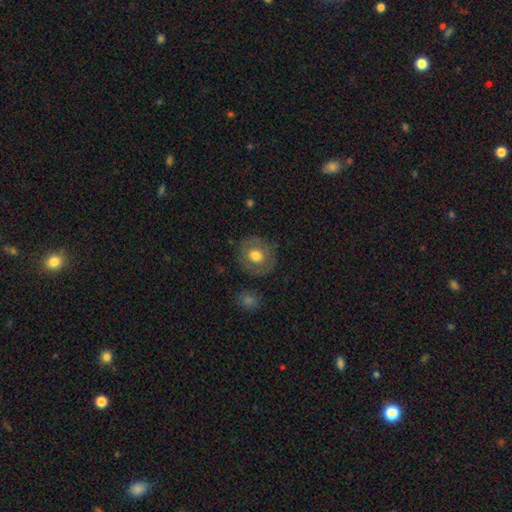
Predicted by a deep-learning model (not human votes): Smooth or featured: smooth — 65% (featured or disk — 27%)
How rounded: round — 84% (in between — 15%)
Merging: none — 82% (minor disturbance — 12%)